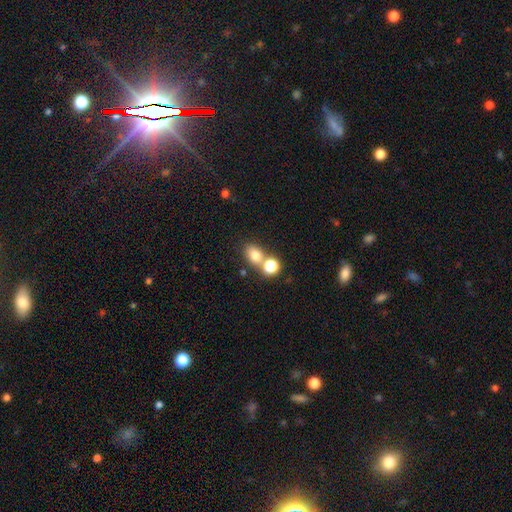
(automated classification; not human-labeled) This is likely a smooth galaxy (78%). How rounded: possibly in between (55%). Merging: possibly none (49%).